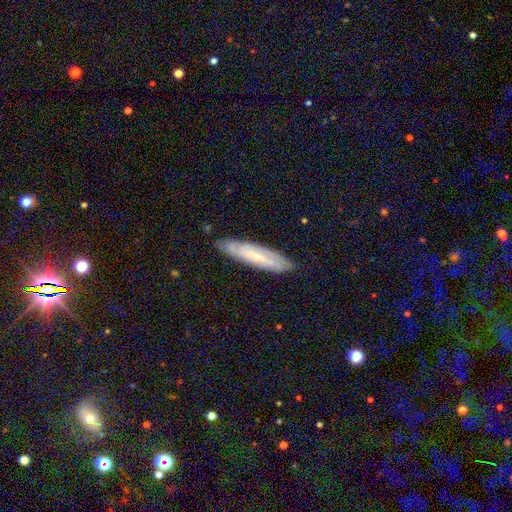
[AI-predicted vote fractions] A smooth galaxy with no disk features (47%).

Vote fractions:
- Smooth or featured? smooth: 47% / featured or disk: 45% / star or artifact: 8%
- Merging? none: 83% / minor disturbance: 13% / major disturbance: 3% / merger: 1%